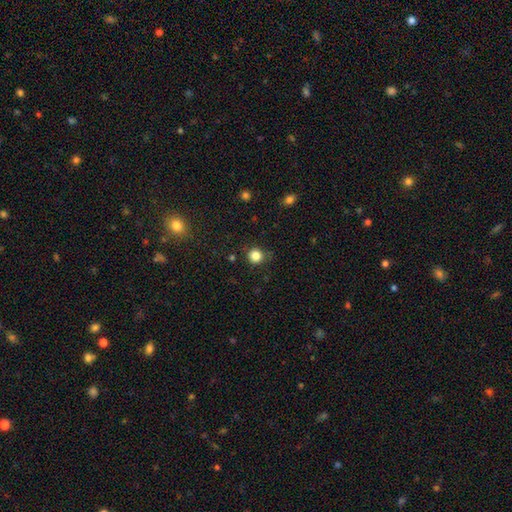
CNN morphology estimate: A smooth galaxy with no disk features (84%) that is round (92%). Merging: none (84%).